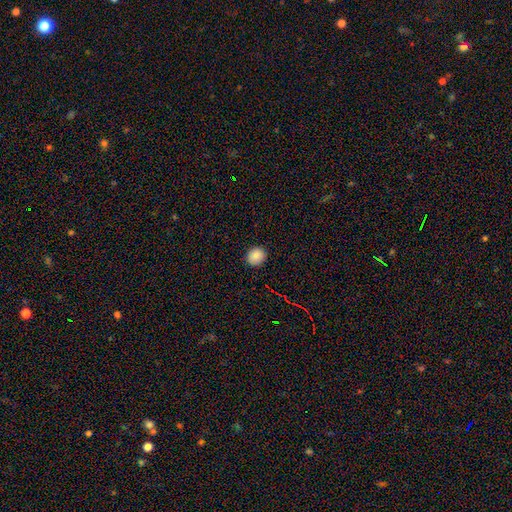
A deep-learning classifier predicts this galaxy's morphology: smooth-or-featured: smooth: 87% | star or artifact: 10% | featured or disk: 4%
  how-rounded: round: 74% | in between: 25% | cigar-shaped: 1%
  merging: none: 90% | minor disturbance: 7% | major disturbance: 2% | merger: 1%